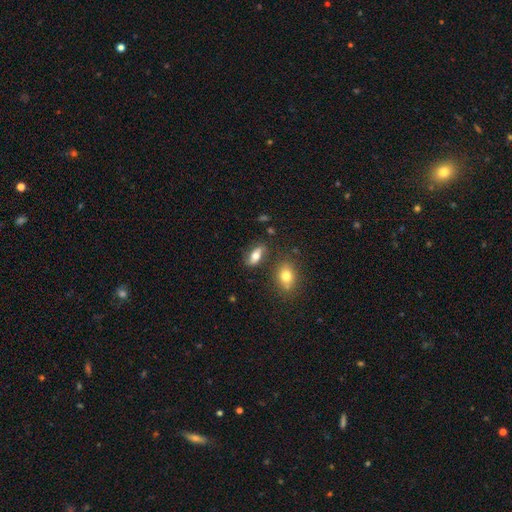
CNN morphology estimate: smooth_or_featured: smooth (p=0.59) [alt: featured or disk p=0.32]
how_rounded: in between (p=0.80) [alt: cigar-shaped p=0.13]
merging: none (p=0.73) [alt: minor disturbance p=0.17]